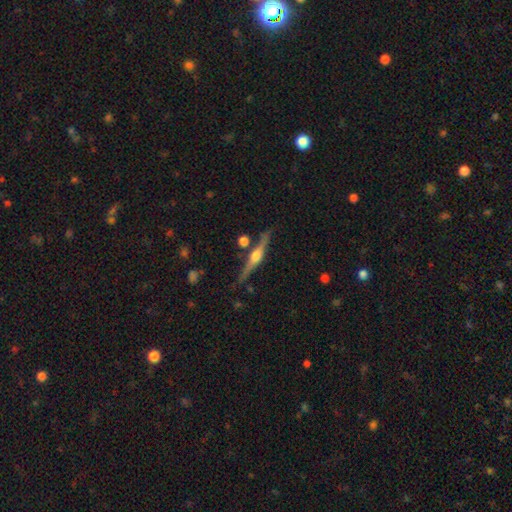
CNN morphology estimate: featured or disk 79%, smooth 15%, star or artifact 6%. Down the decision tree: edge-on disk — yes (98%); edge-on bulge — rounded (92%); merging — none (82%).